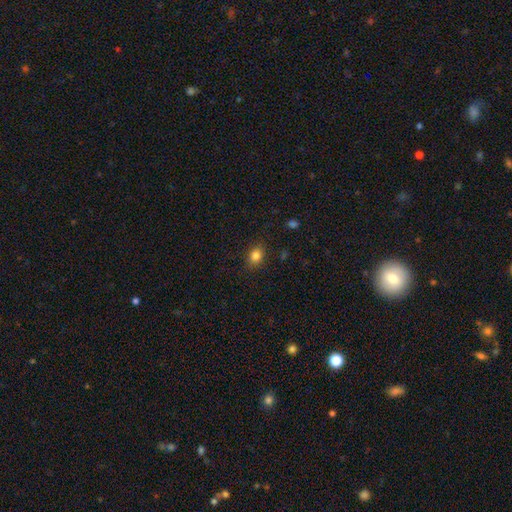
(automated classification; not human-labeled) Morphology: type=smooth (83%); roundness=in between (50%); merging=none (85%).